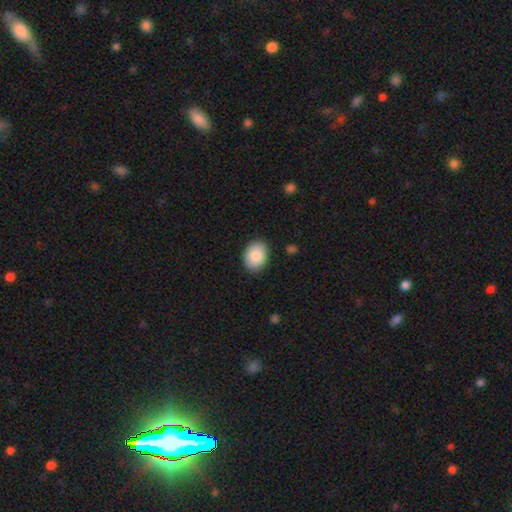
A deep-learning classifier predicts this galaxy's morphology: Smooth or featured: smooth — 87% (star or artifact — 7%)
How rounded: in between — 66% (round — 33%)
Merging: none — 88% (minor disturbance — 9%)